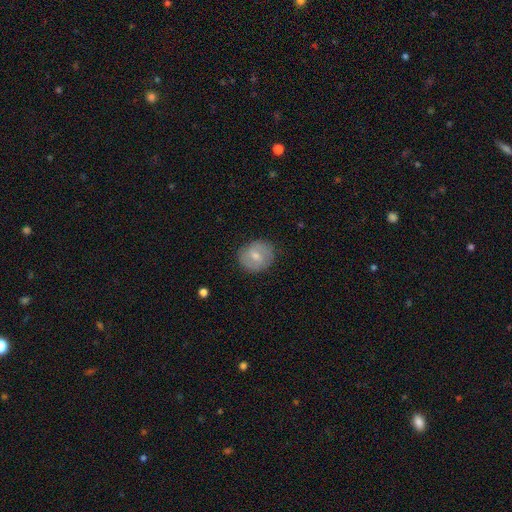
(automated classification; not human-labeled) Smooth or featured? smooth (61%)
How rounded? round (80%)
Merging? none (83%)